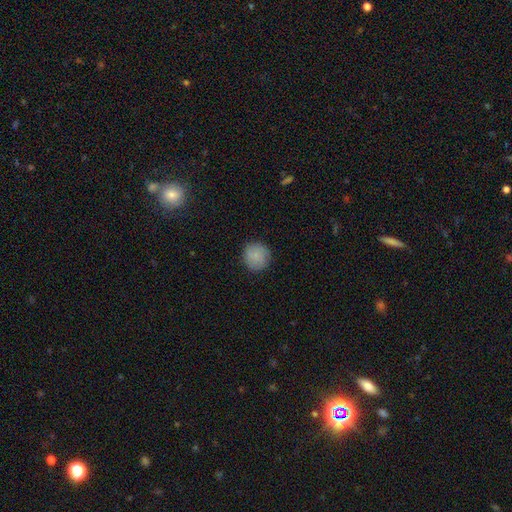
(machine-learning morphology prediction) smooth-or-featured: smooth: 83% | featured or disk: 10% | star or artifact: 7%
  how-rounded: round: 93% | in between: 6% | cigar-shaped: 1%
  merging: none: 87% | minor disturbance: 10% | major disturbance: 2% | merger: 1%